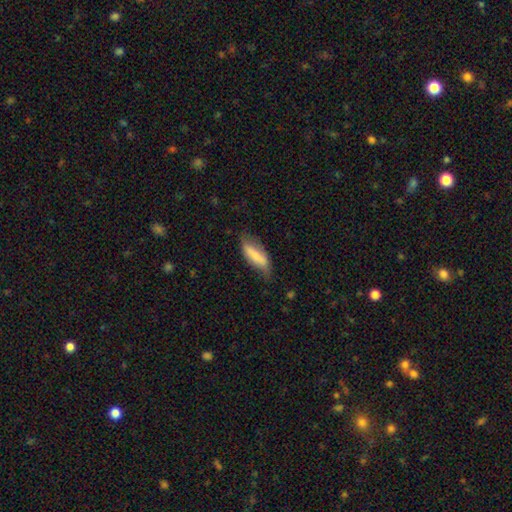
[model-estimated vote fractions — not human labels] Q: Smooth or featured?
A: smooth (67%); runner-up: featured or disk (26%)
Q: How rounded?
A: in between (65%); runner-up: cigar-shaped (33%)
Q: Merging?
A: none (55%); runner-up: minor disturbance (32%)